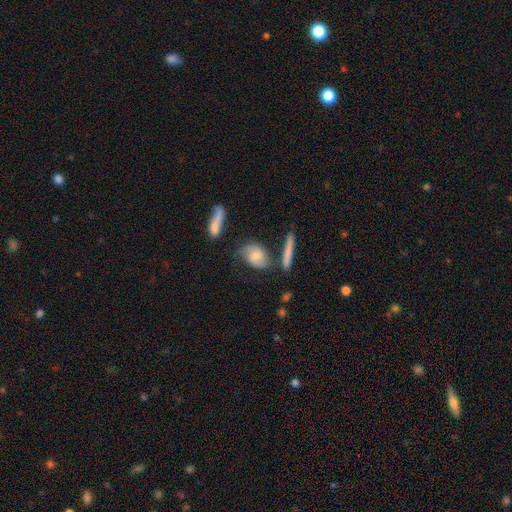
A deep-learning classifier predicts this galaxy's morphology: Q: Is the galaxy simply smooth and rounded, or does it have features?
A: featured or disk — 51%.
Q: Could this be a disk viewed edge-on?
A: no — 88%.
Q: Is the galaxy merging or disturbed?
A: none — 50%.